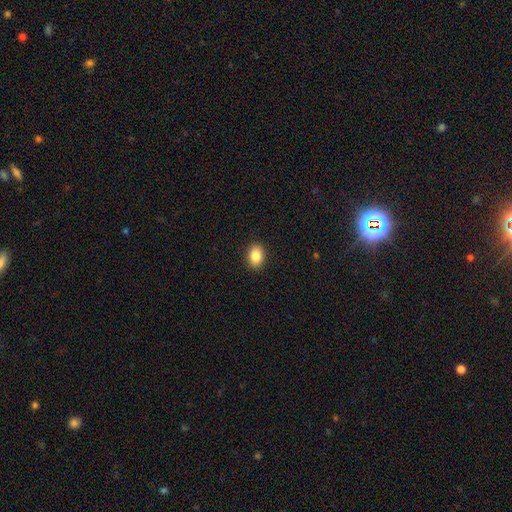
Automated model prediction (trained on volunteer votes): Morphology: type=smooth (86%); roundness=in between (72%); merging=none (91%).